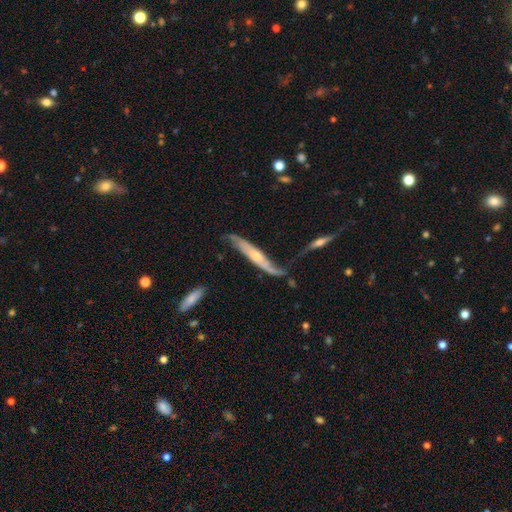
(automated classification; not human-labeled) Smooth or featured: featured or disk — 68% (smooth — 26%)
Edge-on disk: yes — 61% (no — 39%)
Merging: none — 44% (minor disturbance — 27%)